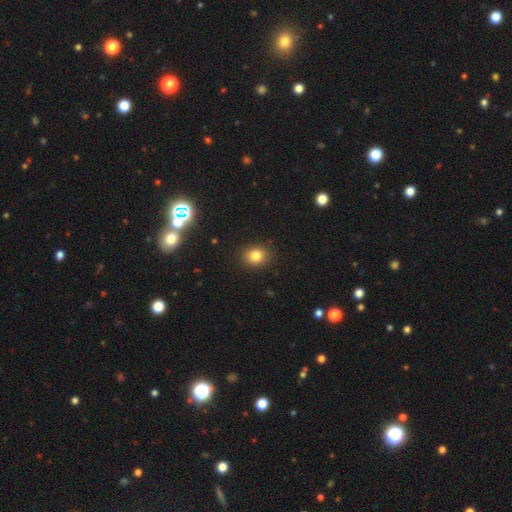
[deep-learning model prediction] This is clearly a smooth galaxy (82%). How rounded: likely round (64%). Merging: clearly none (89%).